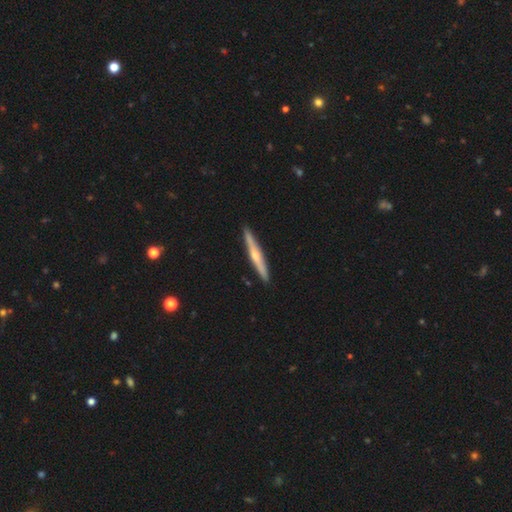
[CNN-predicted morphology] type=featured or disk (60%); edge-on=yes (96%); edge-on bulge=rounded (78%); merging=none (91%).